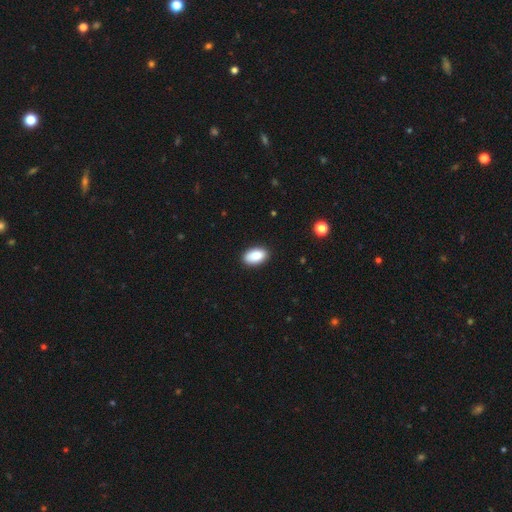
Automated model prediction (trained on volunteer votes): Overall: smooth (87%). How rounded: in between (93%). Merging: none (89%).